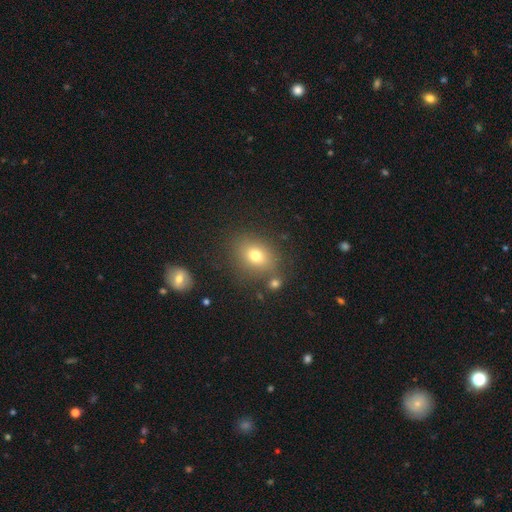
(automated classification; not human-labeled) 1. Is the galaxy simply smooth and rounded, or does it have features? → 73% smooth, 14% star or artifact, 13% featured or disk.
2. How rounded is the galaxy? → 56% in between, 42% round, 1% cigar-shaped.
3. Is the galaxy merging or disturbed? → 75% none, 13% minor disturbance, 7% merger, 5% major disturbance.